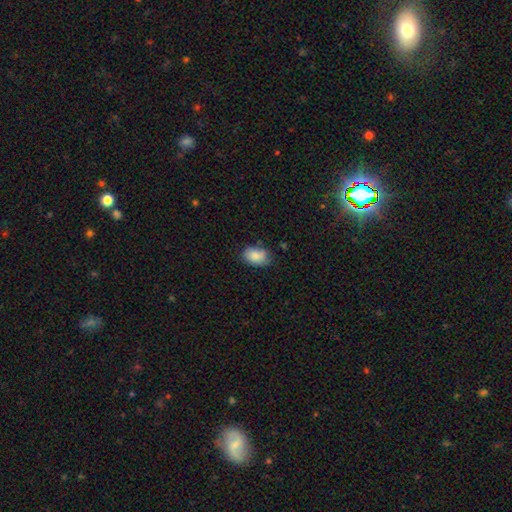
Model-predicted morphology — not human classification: A smooth galaxy with no disk features (87%) that is in between round and cigar-shaped (85%).

Vote fractions:
- Smooth or featured? smooth: 87% / star or artifact: 7% / featured or disk: 6%
- How rounded? in between: 85% / round: 14% / cigar-shaped: 1%
- Merging? none: 73% / minor disturbance: 21% / major disturbance: 4% / merger: 2%